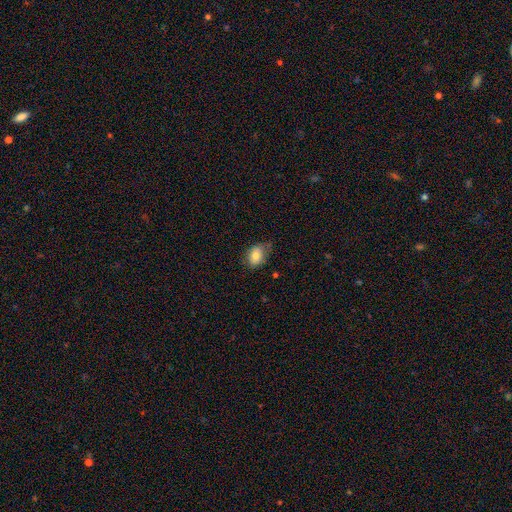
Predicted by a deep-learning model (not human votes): This is clearly a smooth galaxy (81%). How rounded: likely in between (78%). Merging: likely none (63%).